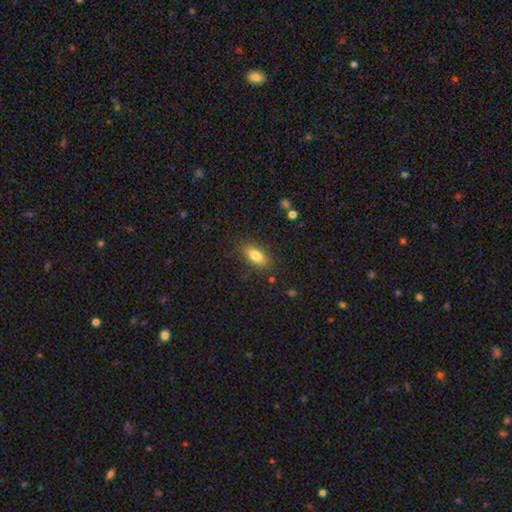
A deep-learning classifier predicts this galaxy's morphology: A smooth galaxy with no disk features (81%) that is in between round and cigar-shaped (86%).

Vote fractions:
- Smooth or featured? smooth: 81% / featured or disk: 11% / star or artifact: 8%
- How rounded? in between: 86% / cigar-shaped: 10% / round: 4%
- Merging? none: 83% / minor disturbance: 12% / major disturbance: 3% / merger: 2%